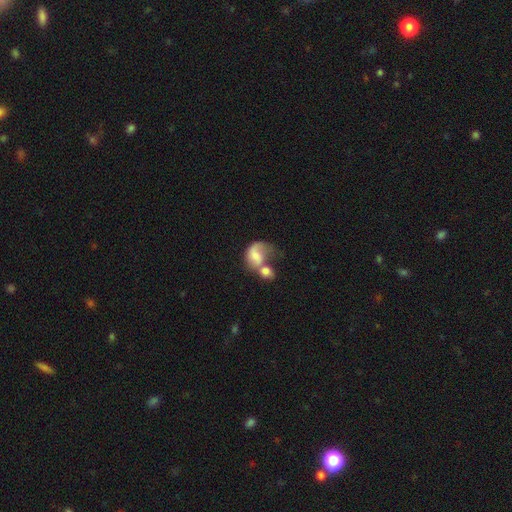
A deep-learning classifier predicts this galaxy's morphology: Overall: smooth (57%; featured or disk 35%). How rounded: in between (64%; round 35%). Merging: merger (60%).